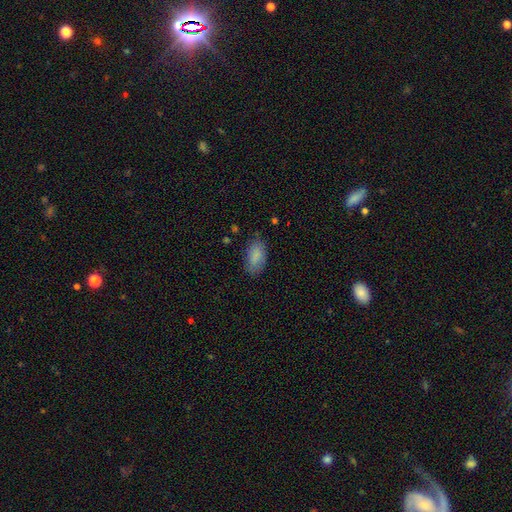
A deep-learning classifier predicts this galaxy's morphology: This is clearly a smooth galaxy (85%). How rounded: clearly in between (93%). Merging: likely none (77%).